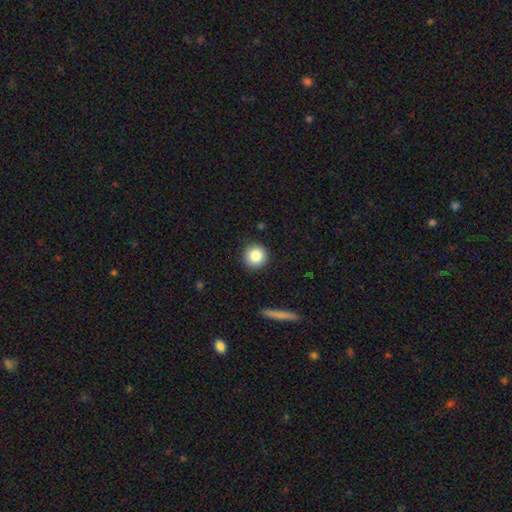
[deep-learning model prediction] This appears to be a smooth galaxy with no disk features (85%) that is round (94%). Merging: none (89%).